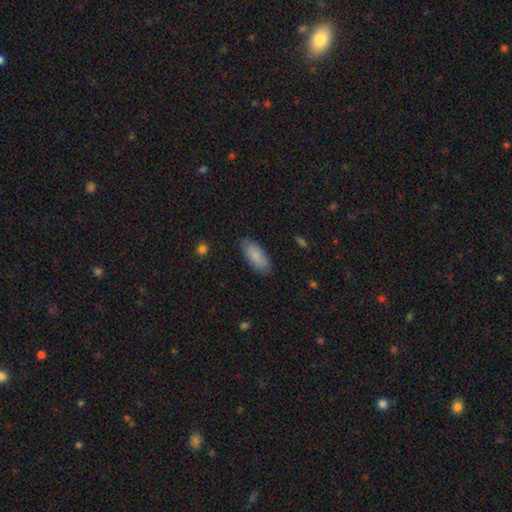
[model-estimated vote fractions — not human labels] Morphology: type=smooth (83%); roundness=in between (82%); merging=none (81%).